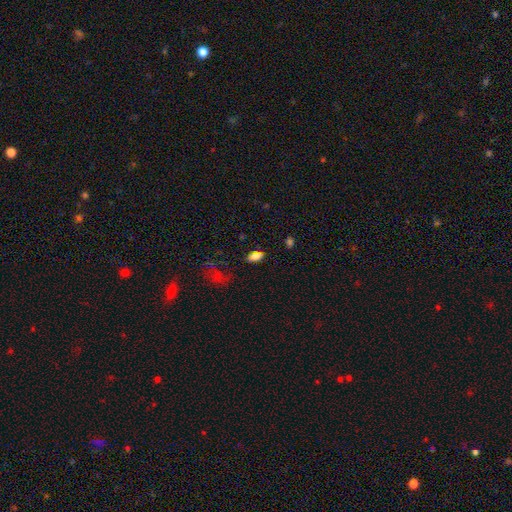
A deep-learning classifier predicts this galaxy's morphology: Overall: smooth (77%). How rounded: in between (86%). Merging: none (85%).